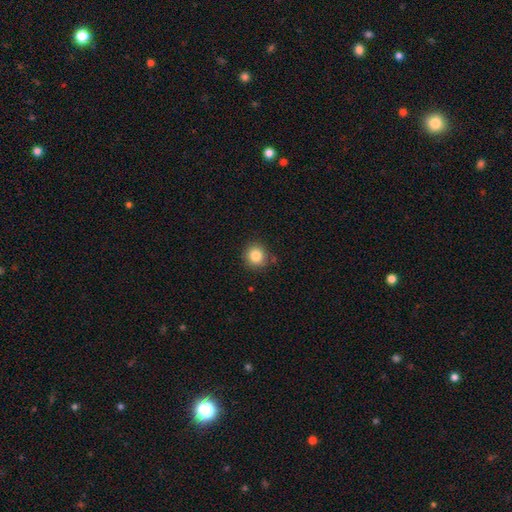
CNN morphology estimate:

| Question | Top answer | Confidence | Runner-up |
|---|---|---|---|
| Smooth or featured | smooth | 84% | star or artifact (11%) |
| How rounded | round | 91% | in between (8%) |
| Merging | none | 86% | minor disturbance (9%) |